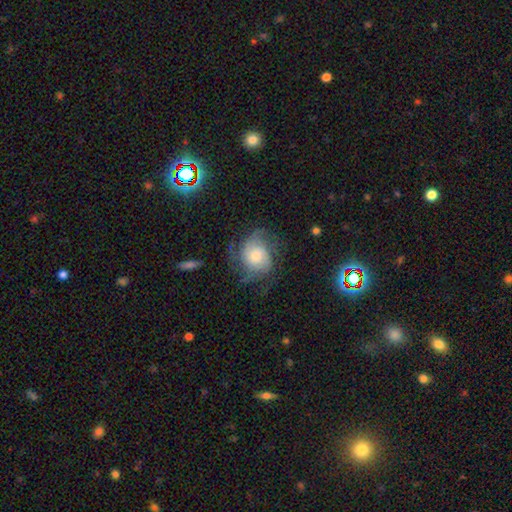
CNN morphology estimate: smooth_or_featured: featured or disk (p=0.71) [alt: smooth p=0.20]
disk_edge_on: no (p=0.97) [alt: yes p=0.03]
bar: no (p=0.76) [alt: weak p=0.21]
has_spiral_arms: yes (p=0.92) [alt: no p=0.08]
spiral_winding: tight (p=0.41) [alt: medium p=0.40]
spiral_arm_count: can't tell (p=0.30) [alt: 3 p=0.26]
bulge_size: moderate (p=0.50) [alt: small p=0.34]
merging: none (p=0.62) [alt: minor disturbance p=0.20]